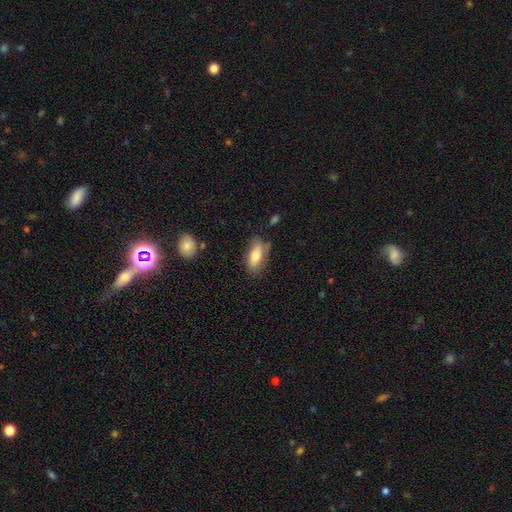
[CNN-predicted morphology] Smooth or featured: smooth — 74% (featured or disk — 20%)
How rounded: in between — 83% (cigar-shaped — 14%)
Merging: none — 68% (minor disturbance — 23%)